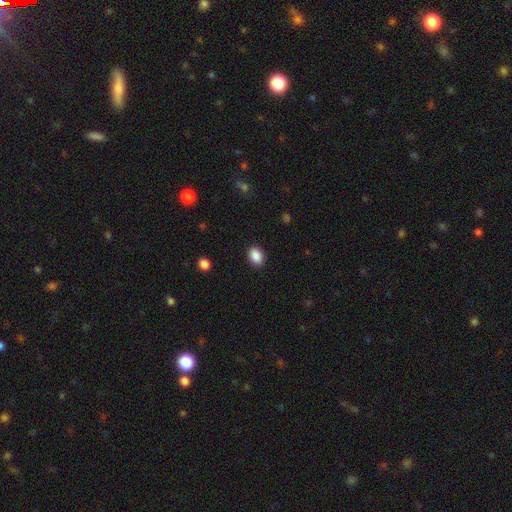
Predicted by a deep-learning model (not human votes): Smooth or featured: smooth — 89% (star or artifact — 8%)
How rounded: in between — 71% (round — 28%)
Merging: none — 90% (minor disturbance — 7%)